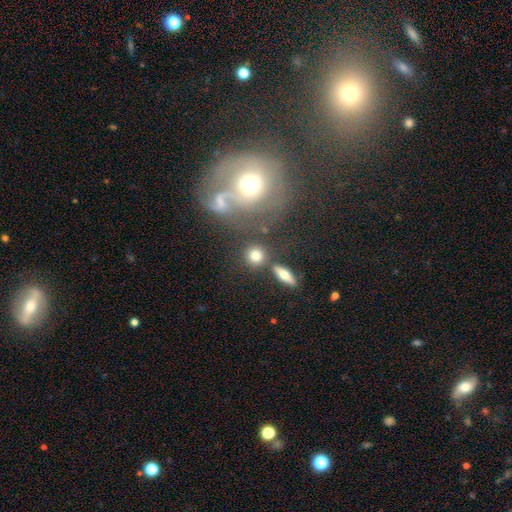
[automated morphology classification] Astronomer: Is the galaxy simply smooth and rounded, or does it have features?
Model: smooth — 77%.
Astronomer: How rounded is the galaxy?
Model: round — 85%.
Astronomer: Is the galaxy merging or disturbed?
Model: none — 74%.